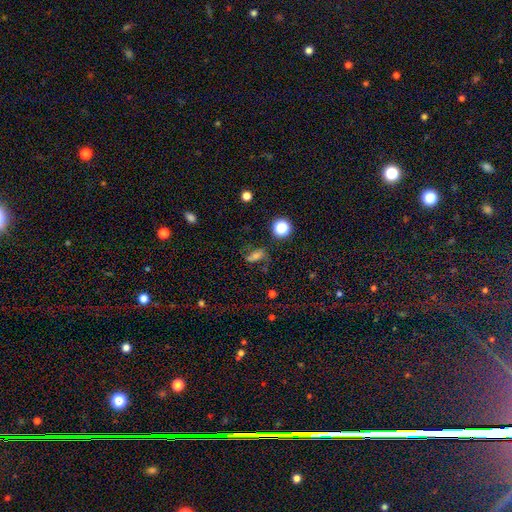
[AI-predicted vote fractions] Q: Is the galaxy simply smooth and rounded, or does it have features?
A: smooth — 38%.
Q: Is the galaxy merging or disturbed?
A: none — 61%.